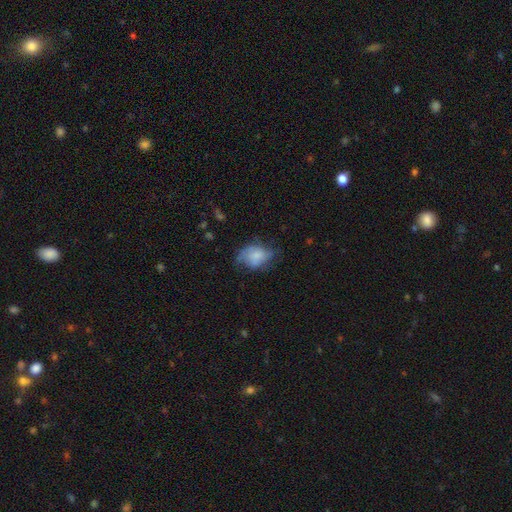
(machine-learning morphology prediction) smooth_or_featured: smooth (p=0.60) [alt: featured or disk p=0.31]
how_rounded: in between (p=0.65) [alt: round p=0.34]
merging: none (p=0.41) [alt: minor disturbance p=0.33]